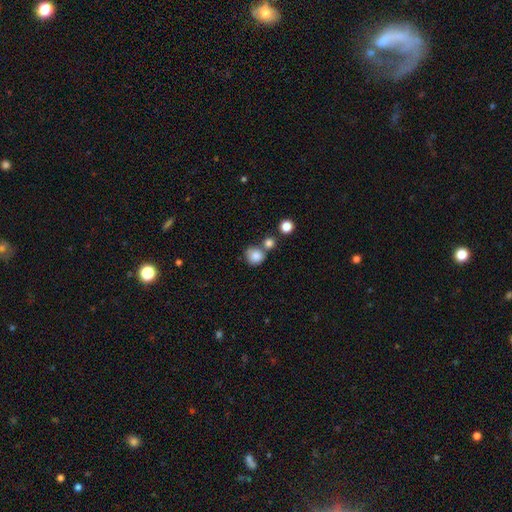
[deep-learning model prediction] Smooth or featured? Predicted: smooth (p=0.84). How rounded? Predicted: round (p=0.85). Merging? Predicted: none (p=0.53).